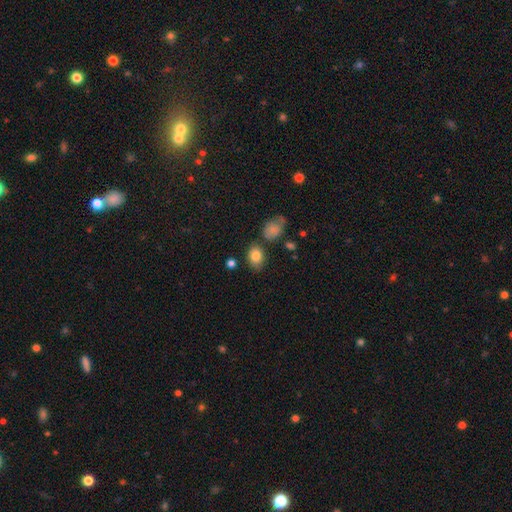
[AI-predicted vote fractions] The model was most divided on "how rounded": in between: 71%, round: 27%, cigar-shaped: 1%. More confident: smooth or featured — smooth (83%); merging — none (73%).